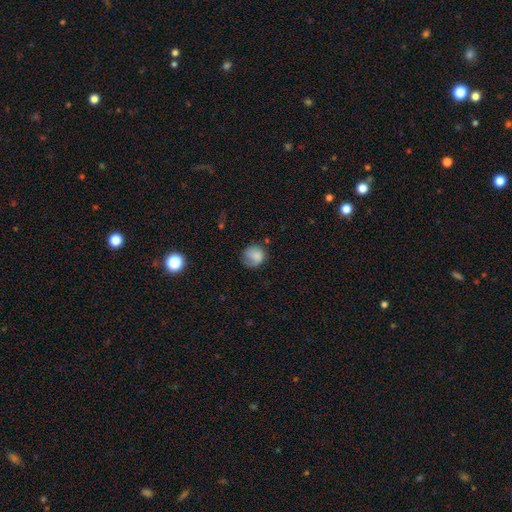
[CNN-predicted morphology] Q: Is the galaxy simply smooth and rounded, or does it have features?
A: smooth — 79%.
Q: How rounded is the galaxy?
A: round — 80%.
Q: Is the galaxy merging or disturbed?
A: none — 53%.